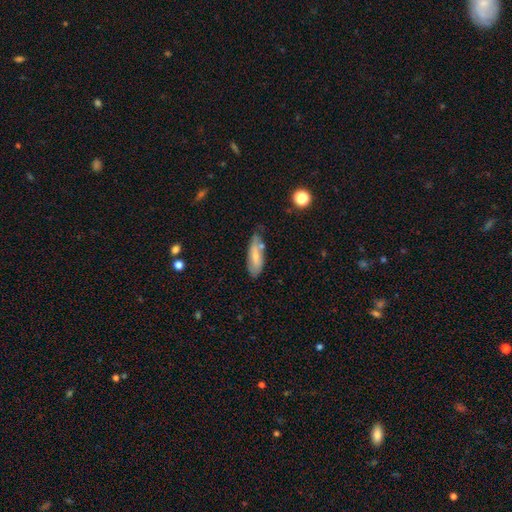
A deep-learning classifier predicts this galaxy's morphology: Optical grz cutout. It shows a smooth galaxy with no disk features (61%) that is in between round and cigar-shaped (63%). Merging: none (60%).